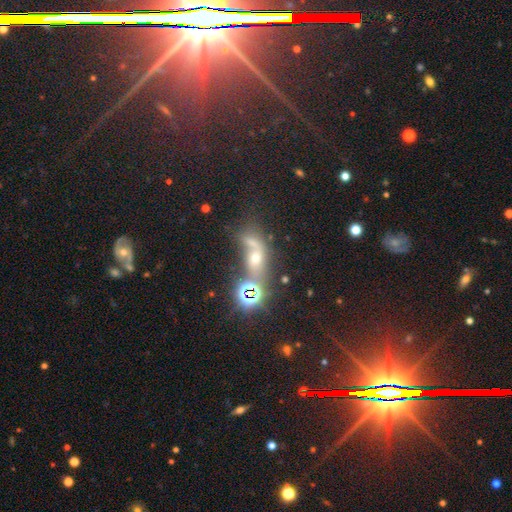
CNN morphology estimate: type=smooth (35%, tied with star or artifact); merging=merger (38%).